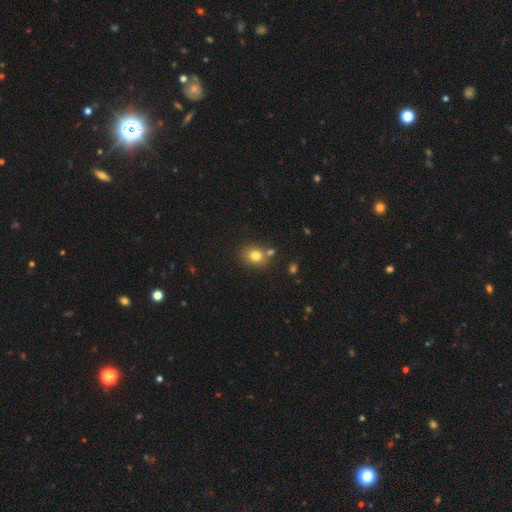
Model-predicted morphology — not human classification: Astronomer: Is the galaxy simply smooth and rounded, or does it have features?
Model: smooth — 79%.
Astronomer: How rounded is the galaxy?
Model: round — 60% (runner-up: in between, 39%).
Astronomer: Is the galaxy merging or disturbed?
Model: none — 69%.